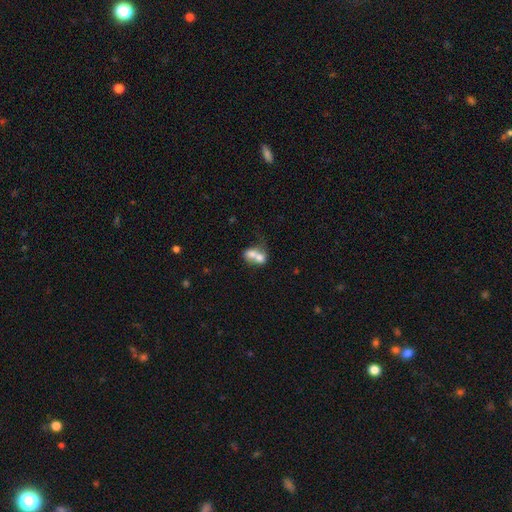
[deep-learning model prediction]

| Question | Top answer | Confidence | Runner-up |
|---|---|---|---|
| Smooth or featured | smooth | 66% | featured or disk (24%) |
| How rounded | in between | 66% | round (32%) |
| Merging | merger | 73% | none (15%) |